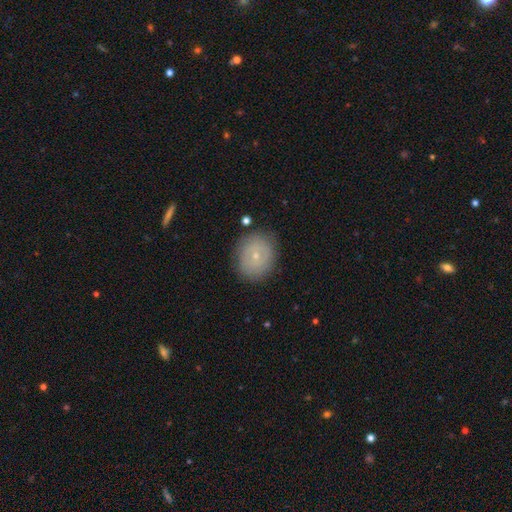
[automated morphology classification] Smooth or featured: smooth — 55% (featured or disk — 35%)
How rounded: round — 76% (in between — 23%)
Merging: none — 83% (minor disturbance — 12%)